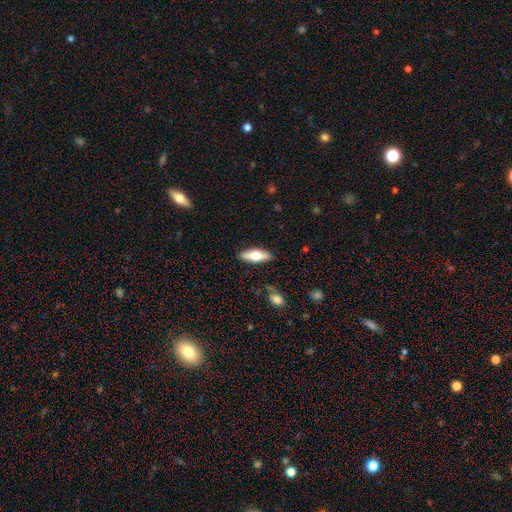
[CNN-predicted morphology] smooth-or-featured: smooth: 58% | featured or disk: 36% | star or artifact: 6%
  how-rounded: in between: 60% | cigar-shaped: 37% | round: 3%
  merging: none: 86% | minor disturbance: 10% | major disturbance: 2% | merger: 2%